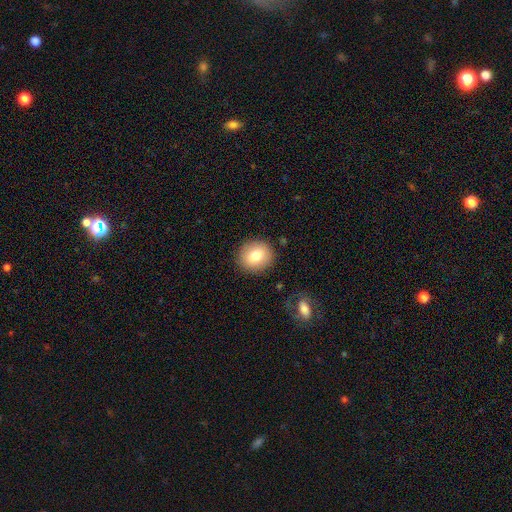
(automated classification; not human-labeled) Smooth or featured?
  - smooth: 77% *
  - featured or disk: 14%
  - star or artifact: 9%
How rounded?
  - round: 83% *
  - in between: 16%
  - cigar-shaped: 1%
Merging?
  - none: 88% *
  - minor disturbance: 8%
  - major disturbance: 3%
  - merger: 1%